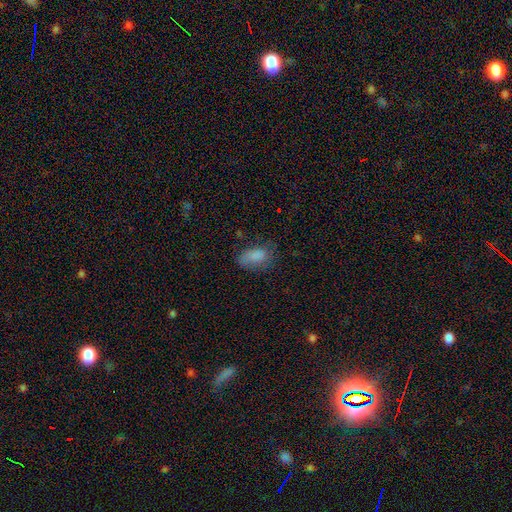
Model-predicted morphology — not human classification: smooth-or-featured: smooth: 82% | star or artifact: 9% | featured or disk: 9%
  how-rounded: in between: 91% | round: 7% | cigar-shaped: 2%
  merging: none: 57% | minor disturbance: 28% | major disturbance: 13% | merger: 2%